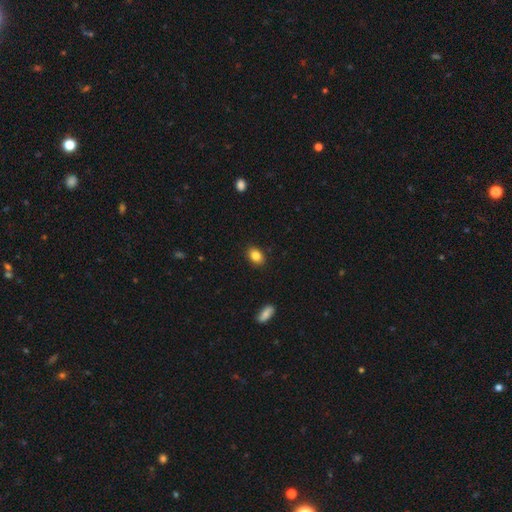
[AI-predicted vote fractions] The model was most divided on "how rounded": in between: 78%, round: 20%, cigar-shaped: 1%. More confident: merging — none (89%); smooth or featured — smooth (84%).